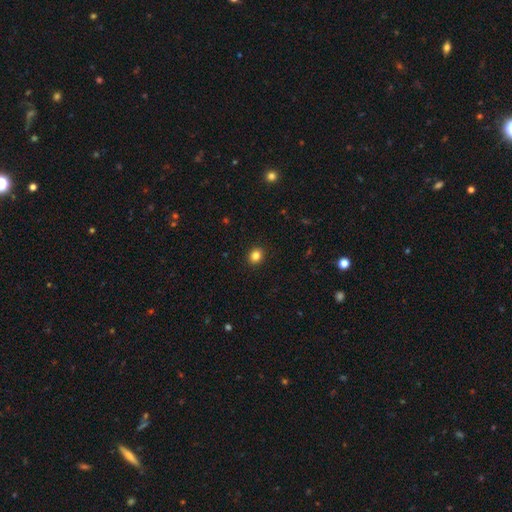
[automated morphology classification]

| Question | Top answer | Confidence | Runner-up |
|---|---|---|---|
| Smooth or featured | smooth | 83% | star or artifact (12%) |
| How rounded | round | 73% | in between (26%) |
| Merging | none | 92% | minor disturbance (5%) |